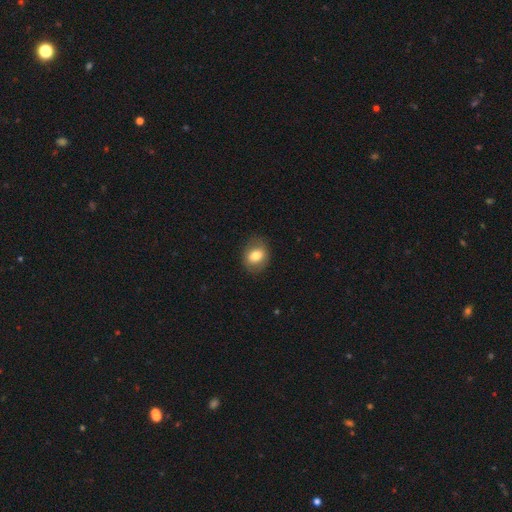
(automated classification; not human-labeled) Smooth or featured?
  - smooth: 75% *
  - featured or disk: 16%
  - star or artifact: 8%
How rounded?
  - in between: 56% *
  - round: 42%
  - cigar-shaped: 1%
Merging?
  - none: 82% *
  - minor disturbance: 13%
  - major disturbance: 4%
  - merger: 1%